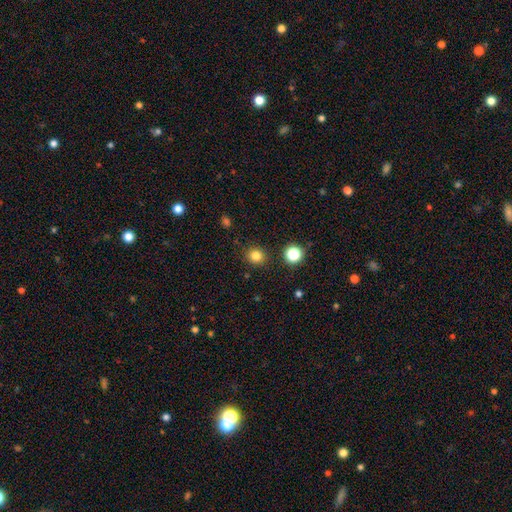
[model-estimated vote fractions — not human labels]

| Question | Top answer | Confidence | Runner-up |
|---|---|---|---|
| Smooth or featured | smooth | 82% | star or artifact (14%) |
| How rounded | round | 90% | in between (9%) |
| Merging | none | 89% | minor disturbance (6%) |